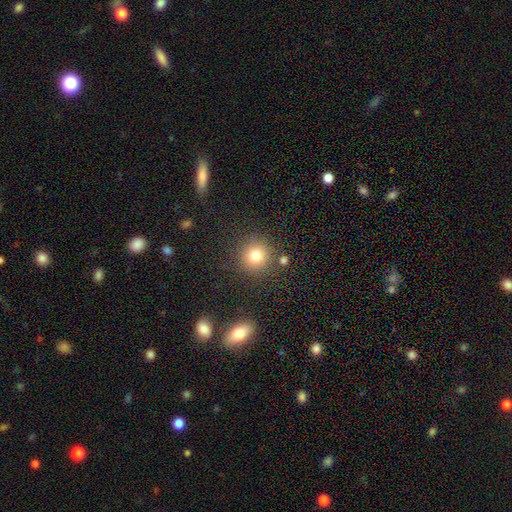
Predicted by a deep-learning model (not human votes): Smooth or featured? smooth (80%)
How rounded? round (93%)
Merging? none (84%)